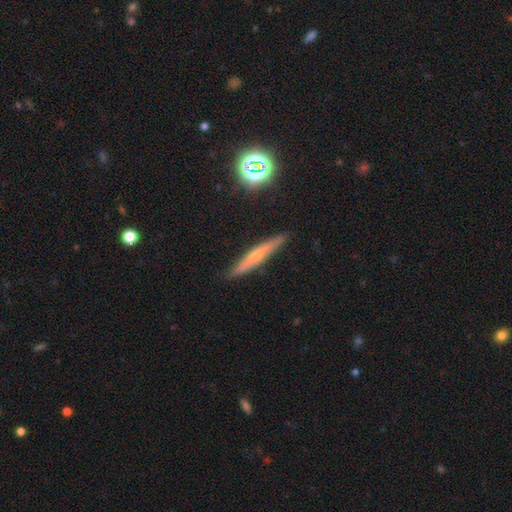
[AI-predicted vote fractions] smooth_or_featured: featured or disk (p=0.52) [alt: smooth p=0.38]
disk_edge_on: yes (p=0.93) [alt: no p=0.07]
merging: none (p=0.87) [alt: minor disturbance p=0.10]